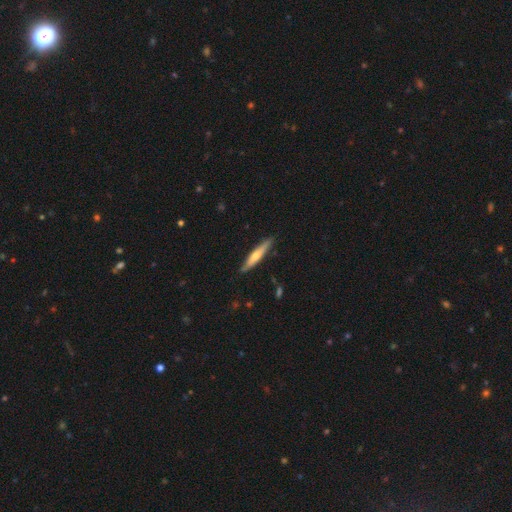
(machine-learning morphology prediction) Smooth or featured? Predicted: smooth (p=0.50). Merging? Predicted: none (p=0.85).